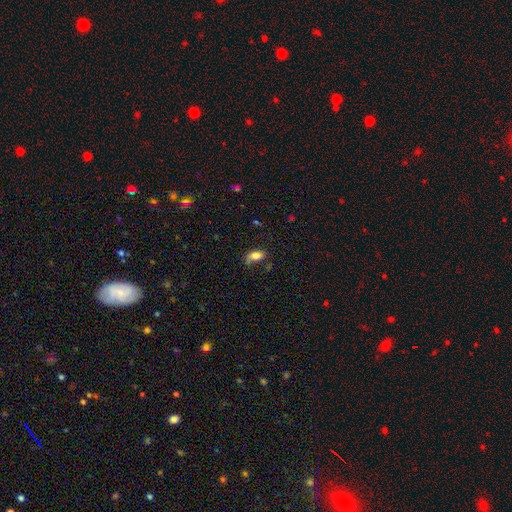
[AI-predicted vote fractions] Smooth or featured?
  - smooth: 80% *
  - featured or disk: 10%
  - star or artifact: 10%
How rounded?
  - in between: 88% *
  - round: 7%
  - cigar-shaped: 5%
Merging?
  - none: 56% *
  - minor disturbance: 27%
  - major disturbance: 11%
  - merger: 6%